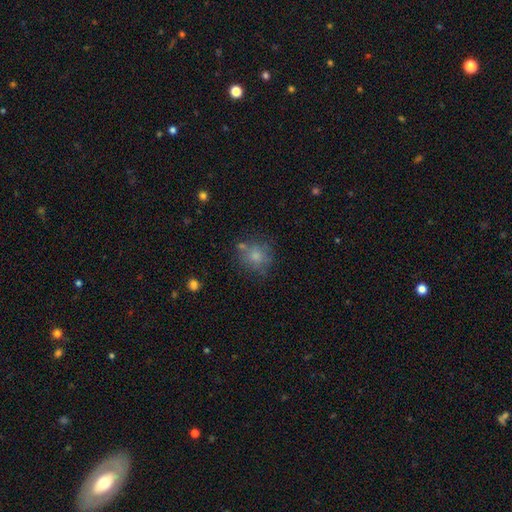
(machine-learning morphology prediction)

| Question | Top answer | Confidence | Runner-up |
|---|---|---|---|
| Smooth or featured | smooth | 73% | featured or disk (15%) |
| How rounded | round | 82% | in between (17%) |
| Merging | none | 62% | minor disturbance (19%) |